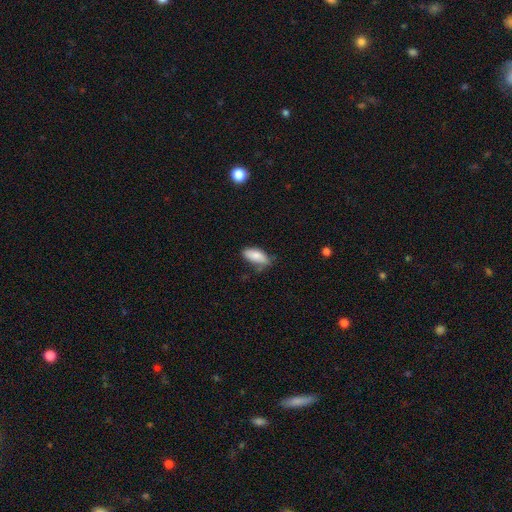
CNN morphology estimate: type=smooth (83%); roundness=in between (86%); merging=none (60%).